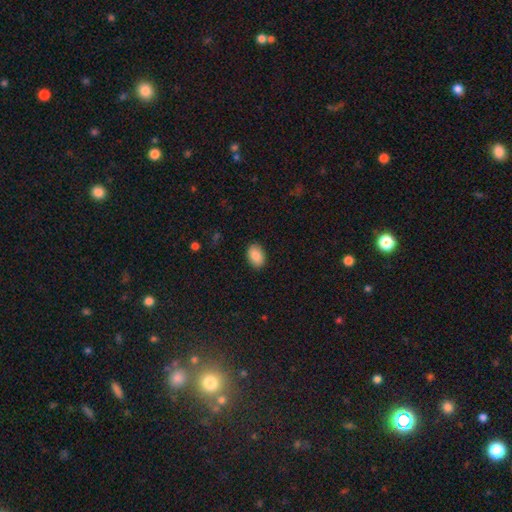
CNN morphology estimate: Smooth or featured? Predicted: smooth (p=0.87). How rounded? Predicted: in between (p=0.86). Merging? Predicted: none (p=0.88).